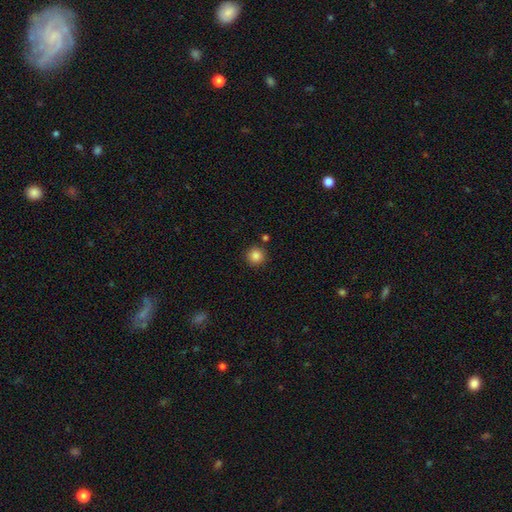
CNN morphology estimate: Smooth or featured? Predicted: smooth (p=0.86). How rounded? Predicted: round (p=0.95). Merging? Predicted: none (p=0.88).